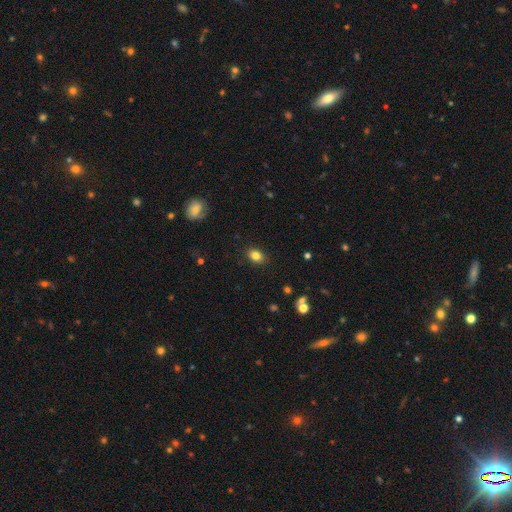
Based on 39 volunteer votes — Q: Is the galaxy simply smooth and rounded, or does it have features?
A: smooth — 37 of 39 (95%).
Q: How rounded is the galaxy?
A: in between — 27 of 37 (73%).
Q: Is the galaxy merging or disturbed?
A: none — 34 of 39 (87%).